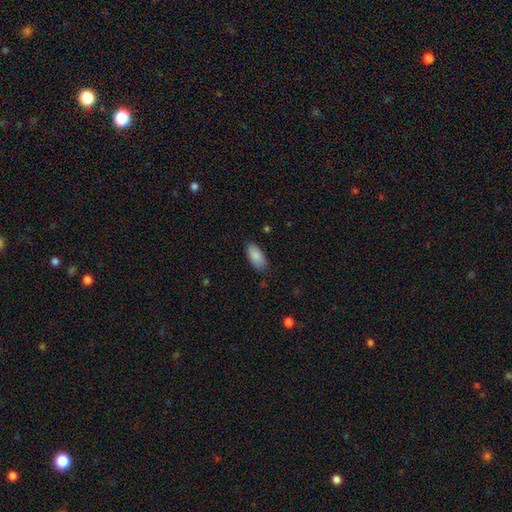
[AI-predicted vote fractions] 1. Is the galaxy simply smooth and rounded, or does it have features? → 88% smooth, 7% star or artifact, 6% featured or disk.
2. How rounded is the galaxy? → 93% in between, 5% cigar-shaped, 2% round.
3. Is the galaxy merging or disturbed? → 79% none, 17% minor disturbance, 3% major disturbance, 1% merger.